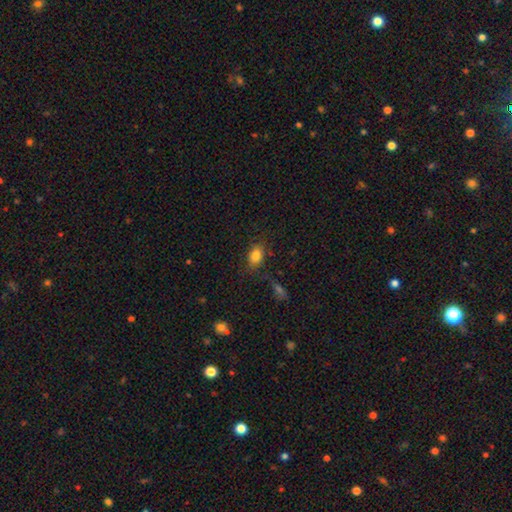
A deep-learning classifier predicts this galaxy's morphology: A smooth galaxy with no disk features (82%) that is in between round and cigar-shaped (78%).

Vote fractions:
- Smooth or featured? smooth: 82% / star or artifact: 10% / featured or disk: 8%
- How rounded? in between: 78% / round: 20% / cigar-shaped: 2%
- Merging? none: 78% / minor disturbance: 14% / major disturbance: 4% / merger: 4%